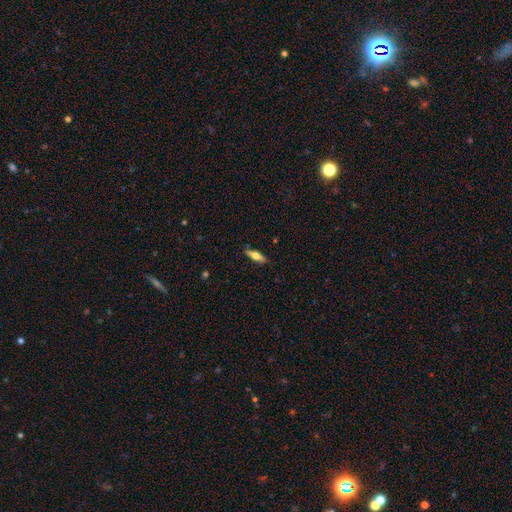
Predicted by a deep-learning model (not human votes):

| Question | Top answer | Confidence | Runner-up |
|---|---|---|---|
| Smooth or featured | smooth | 59% | featured or disk (34%) |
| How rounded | cigar-shaped | 55% | in between (43%) |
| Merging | none | 86% | minor disturbance (10%) |